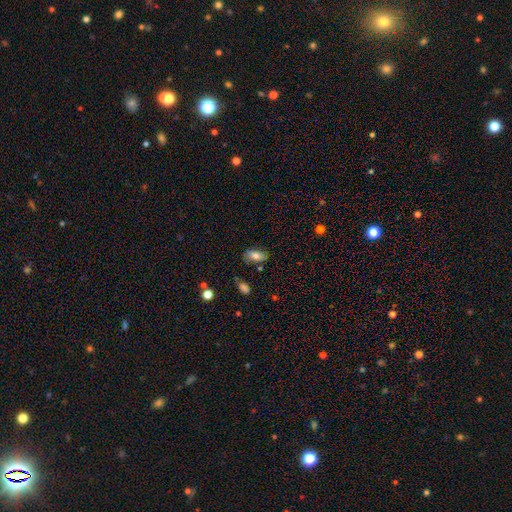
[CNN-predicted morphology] Smooth or featured? Predicted: smooth (p=0.75). How rounded? Predicted: in between (p=0.91). Merging? Predicted: none (p=0.71).